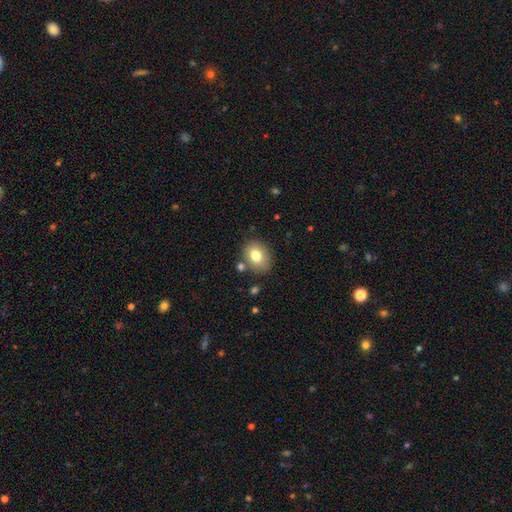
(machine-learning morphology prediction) Smooth or featured: smooth — 78% (featured or disk — 13%)
How rounded: in between — 61% (round — 38%)
Merging: none — 79% (minor disturbance — 12%)